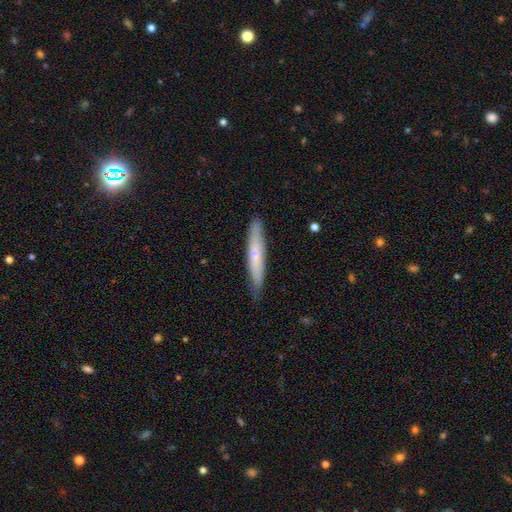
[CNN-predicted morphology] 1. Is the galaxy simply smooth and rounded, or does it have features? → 55% smooth, 39% featured or disk, 6% star or artifact.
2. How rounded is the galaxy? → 91% cigar-shaped, 8% in between, 1% round.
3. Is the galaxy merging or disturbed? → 84% none, 13% minor disturbance, 2% major disturbance, 1% merger.